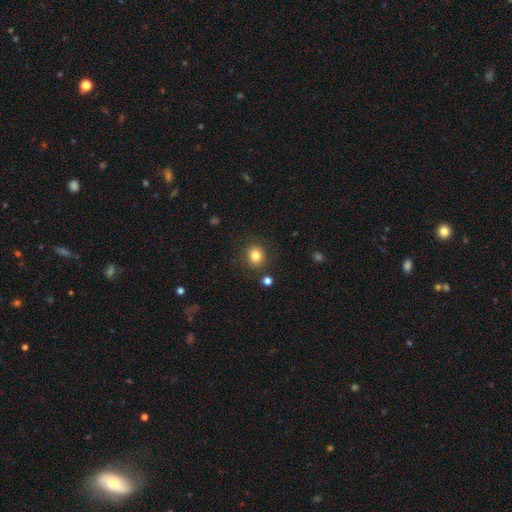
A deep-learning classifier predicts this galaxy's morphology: This appears to be a smooth galaxy with no disk features (82%) that is round (83%). Merging: none (86%).